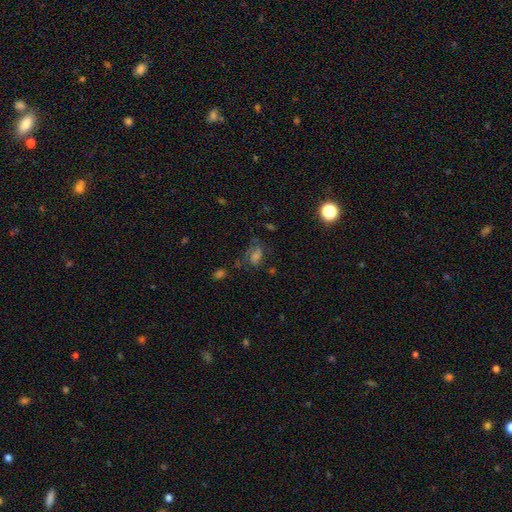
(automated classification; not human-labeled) Smooth or featured: star or artifact — 35% (smooth — 34%)